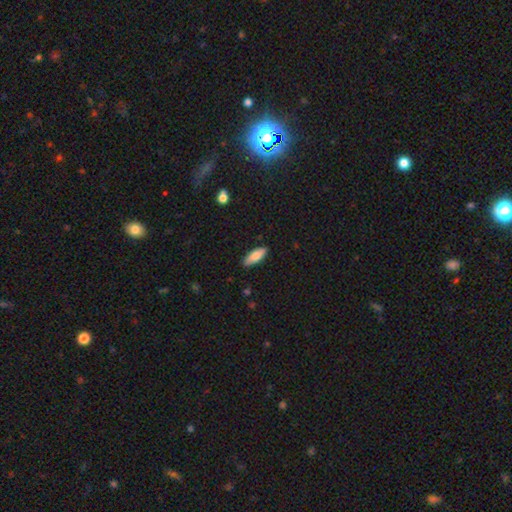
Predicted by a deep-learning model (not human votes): Smooth or featured? smooth (80%)
How rounded? in between (68%)
Merging? none (88%)